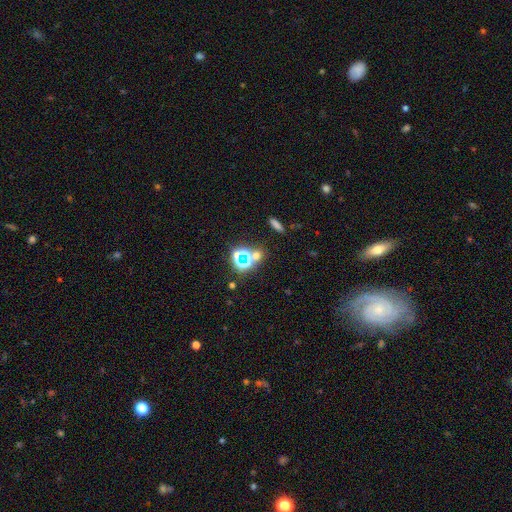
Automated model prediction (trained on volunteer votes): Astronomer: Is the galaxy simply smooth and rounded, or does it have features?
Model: star or artifact — 53% (runner-up: smooth, 36%).